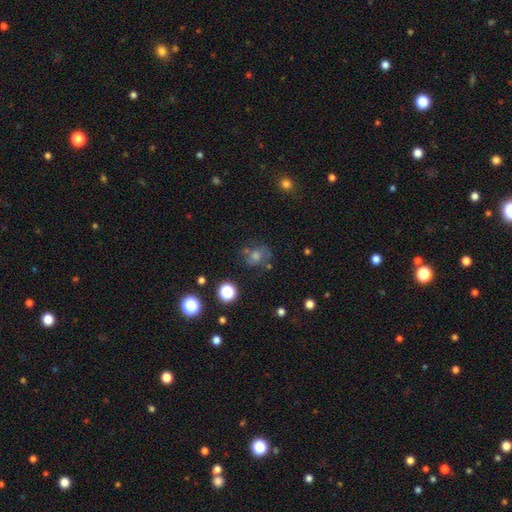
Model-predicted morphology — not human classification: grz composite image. It shows a smooth galaxy with no disk features (44%). Merging: none (67%).